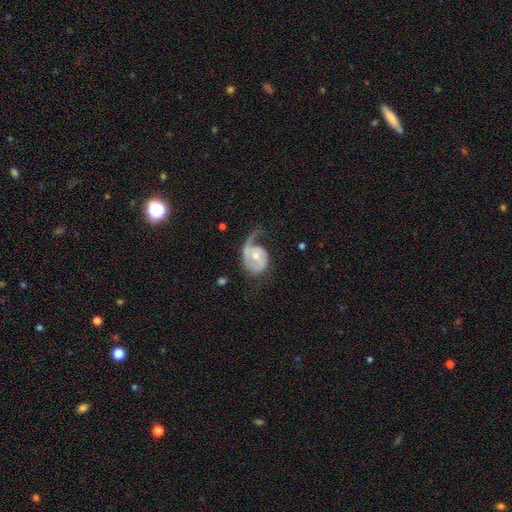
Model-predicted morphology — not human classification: Smooth or featured?
  - featured or disk: 77% *
  - smooth: 18%
  - star or artifact: 5%
Edge-on disk?
  - no: 97% *
  - yes: 3%
Bar?
  - no: 59% *
  - weak: 33%
  - strong: 9%
Spiral arms?
  - yes: 87% *
  - no: 13%
Spiral winding?
  - loose: 39% *
  - medium: 36%
  - tight: 25%
Spiral arm count?
  - 1: 64% *
  - 2: 27%
  - can't tell: 7%
  - 3: 1%
  - 4: 1%
  - more than 4: 1%
Bulge size?
  - moderate: 51% *
  - small: 44%
  - large: 3%
  - none: 2%
  - dominant: 1%
Merging?
  - major disturbance: 44% *
  - none: 31%
  - minor disturbance: 22%
  - merger: 3%